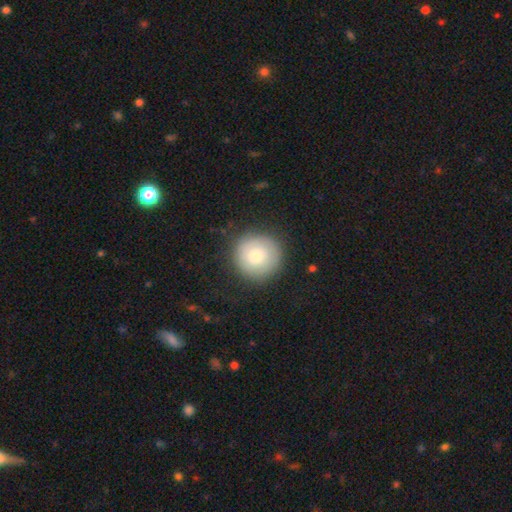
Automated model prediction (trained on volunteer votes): This appears to be a smooth galaxy with no disk features (76%) that is round (95%). Merging: none (86%).